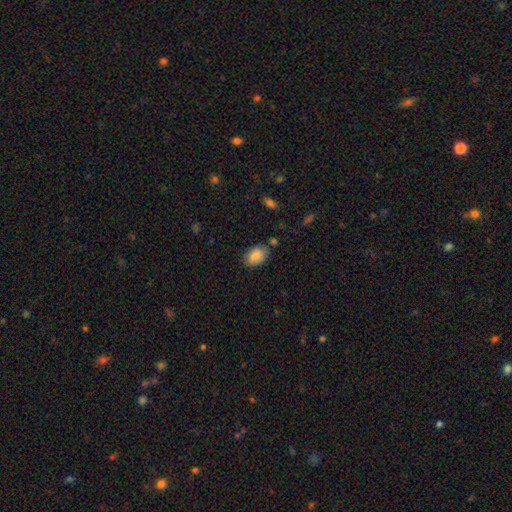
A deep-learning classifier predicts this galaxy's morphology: type=smooth (84%); roundness=in between (85%); merging=none (75%).